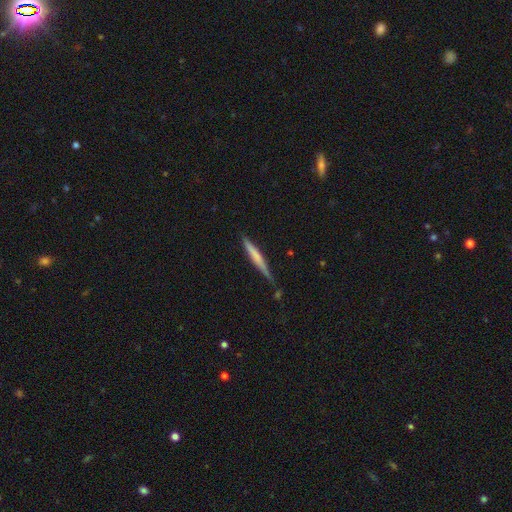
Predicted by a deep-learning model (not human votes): smooth 55%, featured or disk 40%, star or artifact 6%. Down the decision tree: how rounded — cigar-shaped (95%); merging — none (69%).